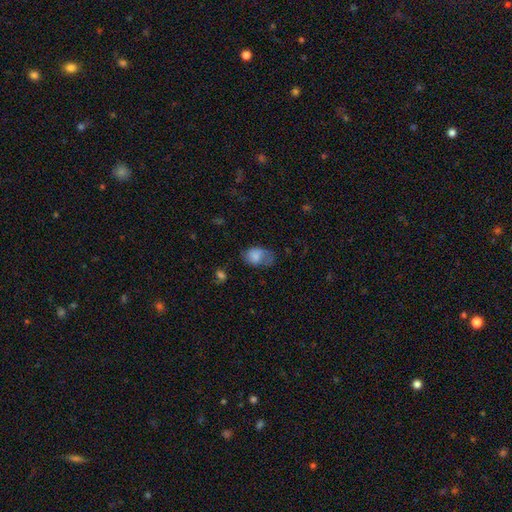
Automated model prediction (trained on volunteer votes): Smooth or featured?
  - smooth: 78% *
  - featured or disk: 13%
  - star or artifact: 9%
How rounded?
  - in between: 79% *
  - round: 20%
  - cigar-shaped: 1%
Merging?
  - none: 38% *
  - minor disturbance: 35%
  - major disturbance: 23%
  - merger: 4%